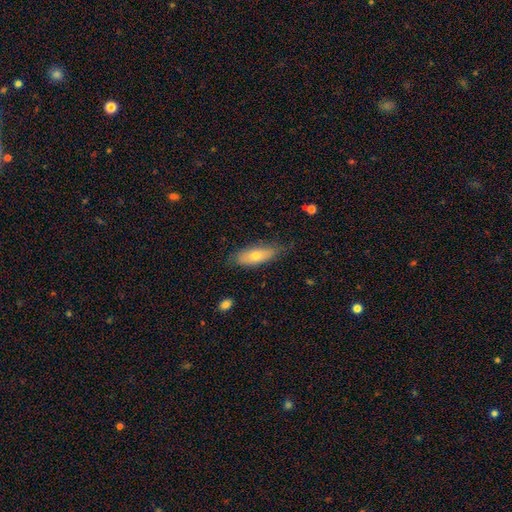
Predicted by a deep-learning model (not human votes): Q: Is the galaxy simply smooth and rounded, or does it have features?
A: smooth — 68%.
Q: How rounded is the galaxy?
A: in between — 64%.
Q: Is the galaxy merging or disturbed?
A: none — 76%.